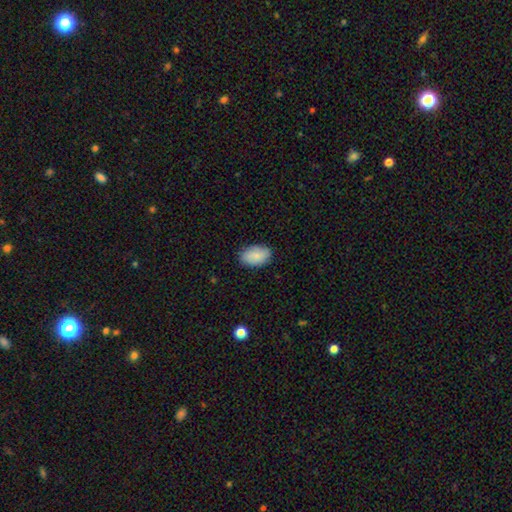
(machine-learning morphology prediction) Smooth or featured? smooth (84%)
How rounded? in between (92%)
Merging? none (84%)